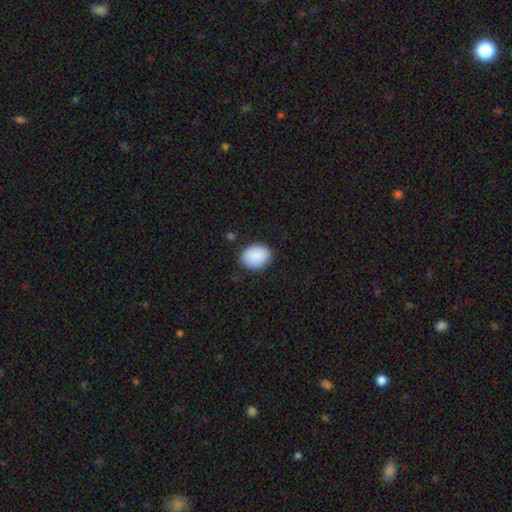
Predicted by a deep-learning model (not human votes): Q: Smooth or featured?
A: smooth (90%); runner-up: star or artifact (7%)
Q: How rounded?
A: in between (64%); runner-up: round (35%)
Q: Merging?
A: none (84%); runner-up: minor disturbance (12%)